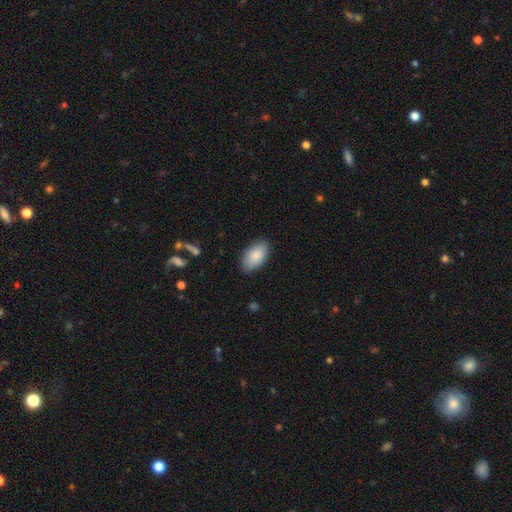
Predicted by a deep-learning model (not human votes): smooth-or-featured: smooth: 86% | featured or disk: 8% | star or artifact: 6%
  how-rounded: in between: 95% | round: 3% | cigar-shaped: 2%
  merging: none: 86% | minor disturbance: 11% | major disturbance: 2% | merger: 1%